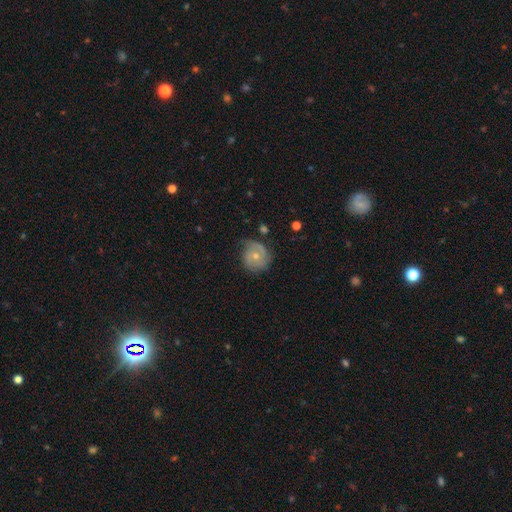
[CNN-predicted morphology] smooth_or_featured: featured or disk (p=0.59) [alt: smooth p=0.34]
disk_edge_on: no (p=0.97) [alt: yes p=0.03]
bar: no (p=0.77) [alt: weak p=0.20]
has_spiral_arms: yes (p=0.83) [alt: no p=0.17]
bulge_size: small (p=0.50) [alt: moderate p=0.46]
merging: none (p=0.60) [alt: minor disturbance p=0.28]